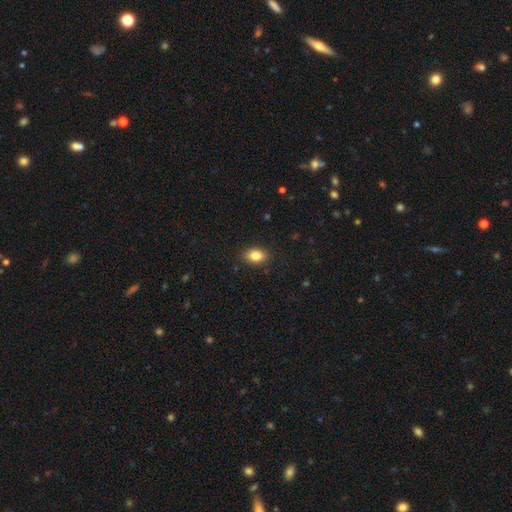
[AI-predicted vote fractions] smooth 84%, star or artifact 9%, featured or disk 6%. Down the decision tree: how rounded — in between (77%); merging — none (88%).